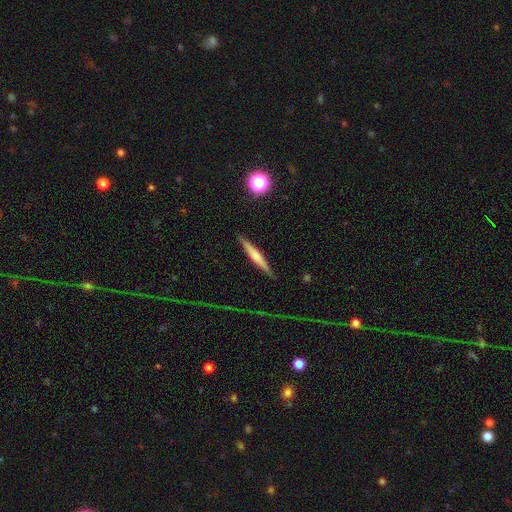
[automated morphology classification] Smooth or featured?
  - featured or disk: 49% *
  - smooth: 44%
  - star or artifact: 8%
Merging?
  - none: 87% *
  - minor disturbance: 9%
  - major disturbance: 2%
  - merger: 2%